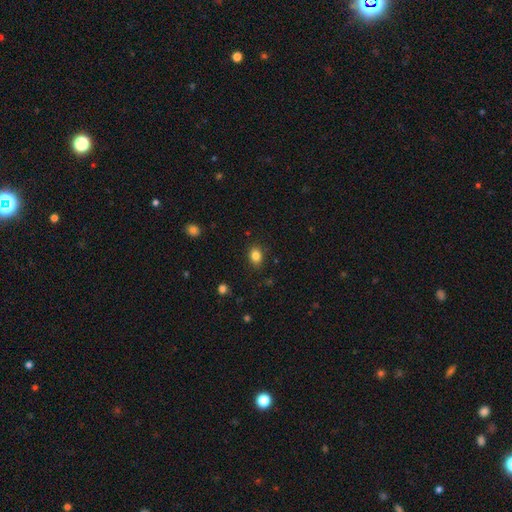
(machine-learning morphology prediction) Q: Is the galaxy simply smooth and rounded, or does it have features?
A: smooth — 84%.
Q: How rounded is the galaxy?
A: in between — 63%.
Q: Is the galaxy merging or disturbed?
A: none — 86%.